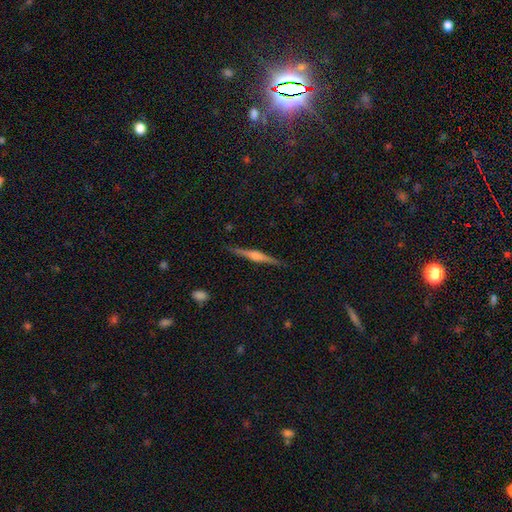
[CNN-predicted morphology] Overall: featured or disk (79%). Edge-on disk: yes (98%). Edge-on bulge: rounded (75%). Merging: none (91%).